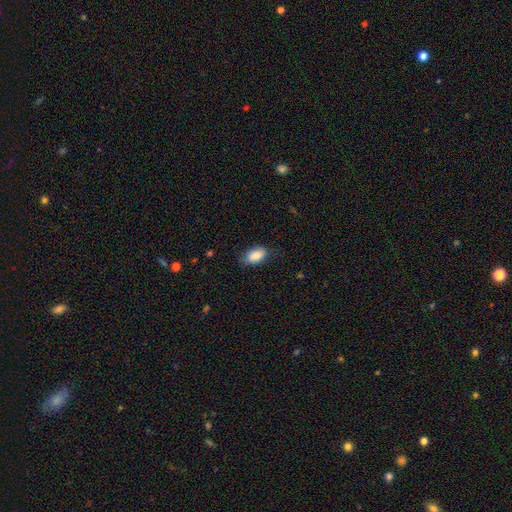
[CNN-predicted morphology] This appears to be a smooth galaxy with no disk features (88%) that is in between round and cigar-shaped (92%). Merging: none (73%).